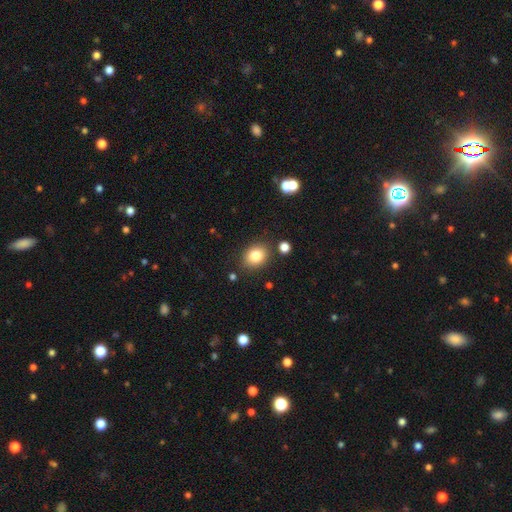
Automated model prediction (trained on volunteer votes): smooth 82%, star or artifact 10%, featured or disk 8%. Down the decision tree: how rounded — in between (54%); merging — none (82%).